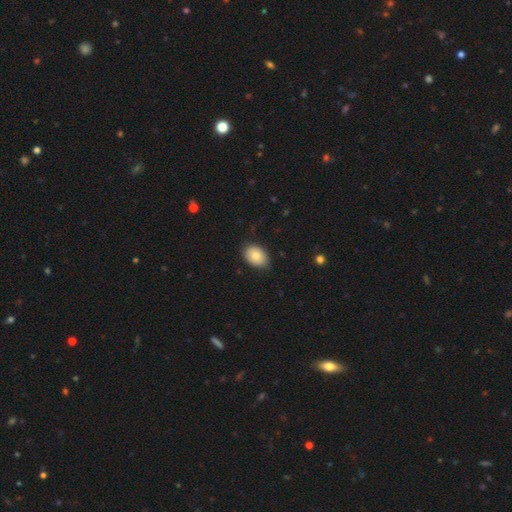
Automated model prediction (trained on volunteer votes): Q: Smooth or featured?
A: smooth (81%); runner-up: featured or disk (11%)
Q: How rounded?
A: in between (79%); runner-up: round (20%)
Q: Merging?
A: none (78%); runner-up: minor disturbance (18%)